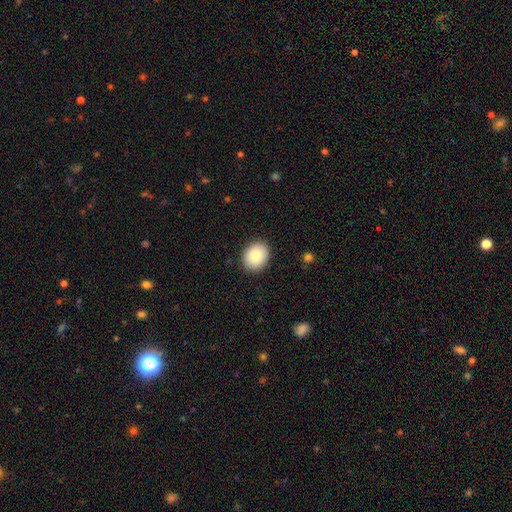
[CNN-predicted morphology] This appears to be a smooth galaxy with no disk features (85%) that is in between round and cigar-shaped (54%). Merging: none (89%).